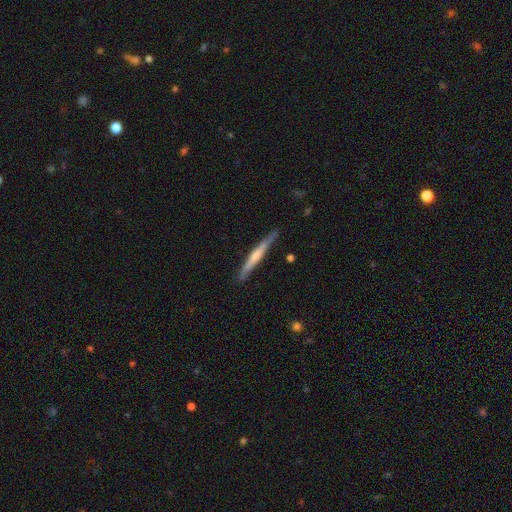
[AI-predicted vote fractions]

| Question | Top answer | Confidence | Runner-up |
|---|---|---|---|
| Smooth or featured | featured or disk | 66% | smooth (28%) |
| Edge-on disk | yes | 97% | no (3%) |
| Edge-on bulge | rounded | 64% | none (28%) |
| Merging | none | 88% | minor disturbance (9%) |